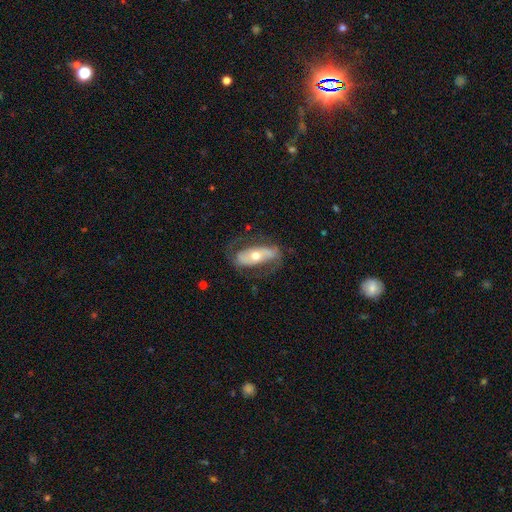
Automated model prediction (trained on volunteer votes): smooth_or_featured: featured or disk (p=0.66) [alt: smooth p=0.28]
disk_edge_on: no (p=0.86) [alt: yes p=0.14]
bar: no (p=0.53) [alt: strong p=0.26]
has_spiral_arms: yes (p=0.67) [alt: no p=0.33]
bulge_size: moderate (p=0.66) [alt: small p=0.26]
merging: none (p=0.68) [alt: minor disturbance p=0.18]